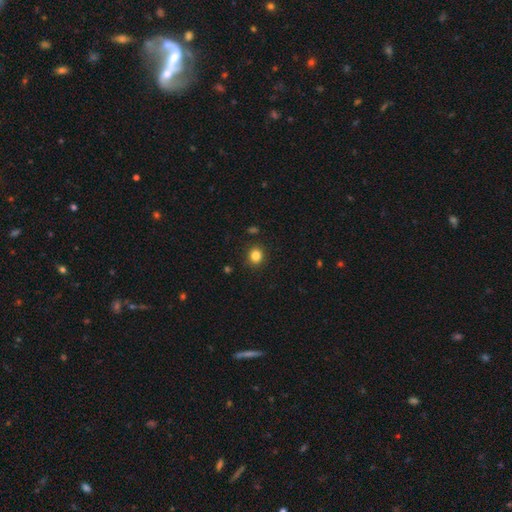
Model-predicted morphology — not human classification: Smooth or featured: smooth — 84% (star or artifact — 11%)
How rounded: round — 80% (in between — 19%)
Merging: none — 89% (minor disturbance — 7%)